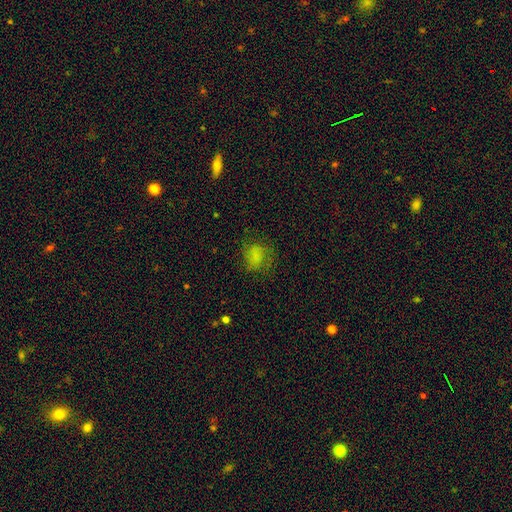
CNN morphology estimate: This is likely a smooth galaxy (67%). How rounded: possibly round (54%). Merging: likely none (62%).